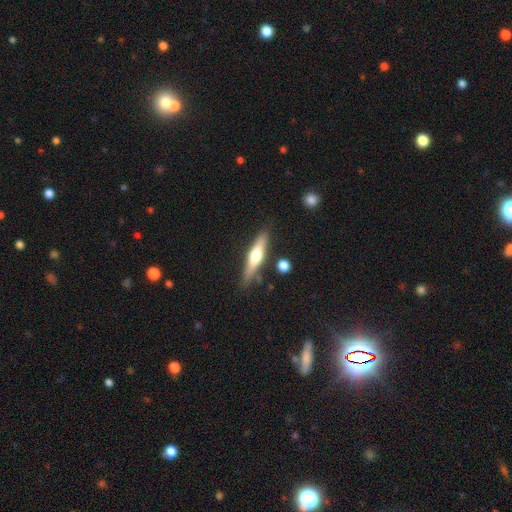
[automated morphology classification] Smooth or featured? featured or disk (48%)
Merging? none (80%)